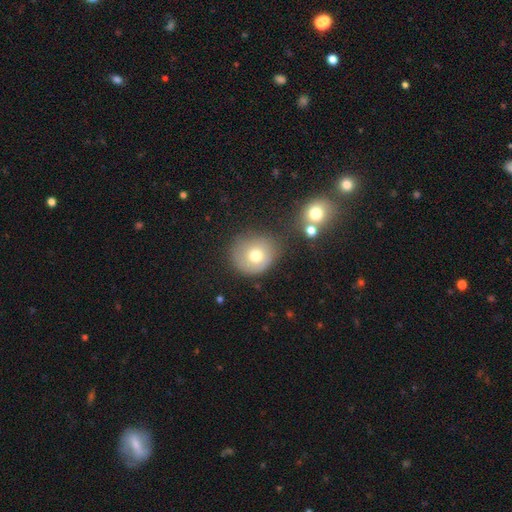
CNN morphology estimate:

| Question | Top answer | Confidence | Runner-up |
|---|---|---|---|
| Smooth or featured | smooth | 70% | featured or disk (20%) |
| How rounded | round | 79% | in between (20%) |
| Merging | none | 63% | minor disturbance (20%) |